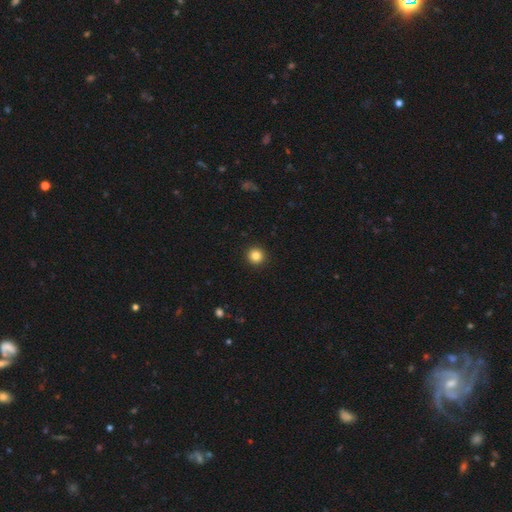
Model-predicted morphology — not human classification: This is clearly a smooth galaxy (84%). How rounded: clearly round (95%). Merging: clearly none (93%).